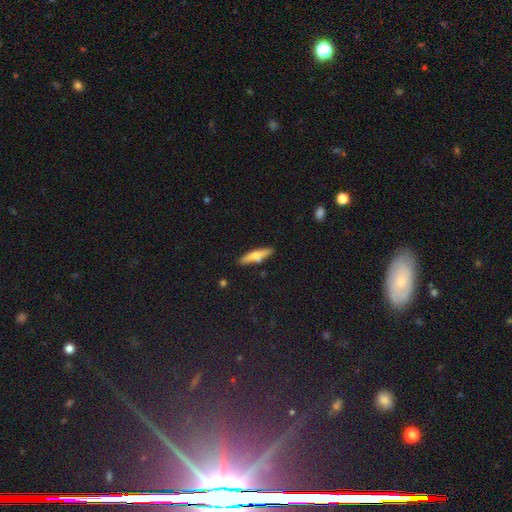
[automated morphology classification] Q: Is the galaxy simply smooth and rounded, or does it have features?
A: smooth — 55%.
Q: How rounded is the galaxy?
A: cigar-shaped — 80%.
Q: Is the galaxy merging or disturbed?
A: none — 80%.